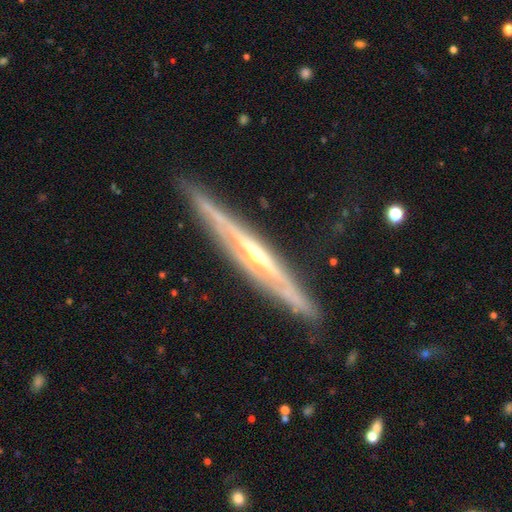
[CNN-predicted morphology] type=featured or disk (86%); edge-on=yes (92%); edge-on bulge=rounded (75%); merging=none (83%).